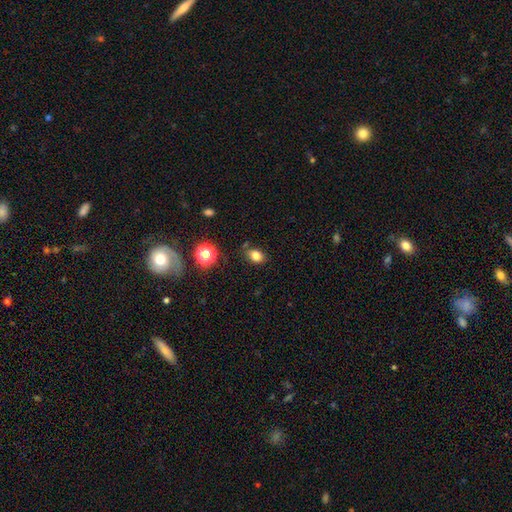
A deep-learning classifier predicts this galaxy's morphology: Smooth or featured? smooth (80%)
How rounded? in between (67%)
Merging? none (77%)